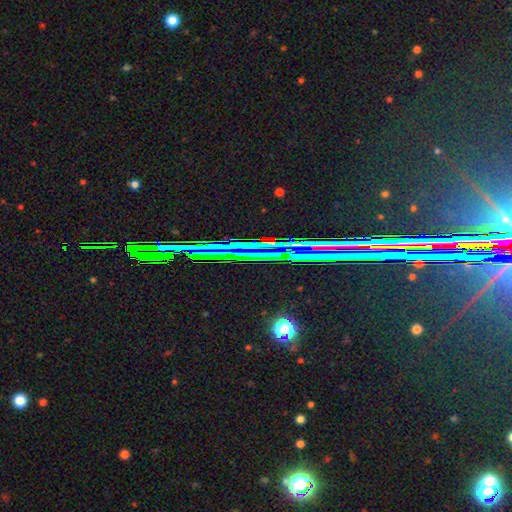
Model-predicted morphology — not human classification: Smooth or featured: star or artifact — 84% (featured or disk — 9%)